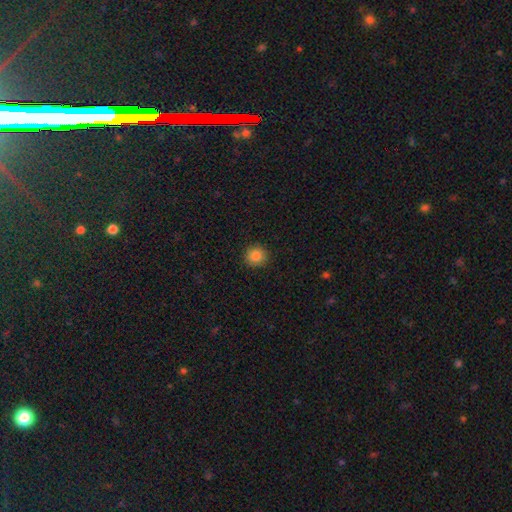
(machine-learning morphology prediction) This is clearly a smooth galaxy (84%). How rounded: clearly round (91%). Merging: clearly none (91%).